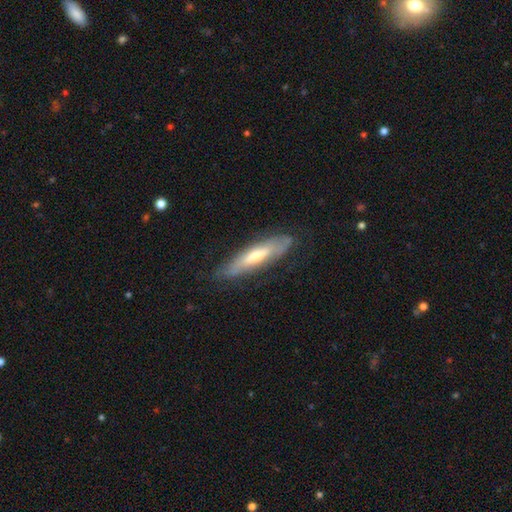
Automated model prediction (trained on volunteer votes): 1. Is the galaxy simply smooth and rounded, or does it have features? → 55% featured or disk, 37% smooth, 8% star or artifact.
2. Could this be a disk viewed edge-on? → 62% yes, 38% no.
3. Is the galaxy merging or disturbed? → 78% none, 17% minor disturbance, 4% major disturbance, 1% merger.